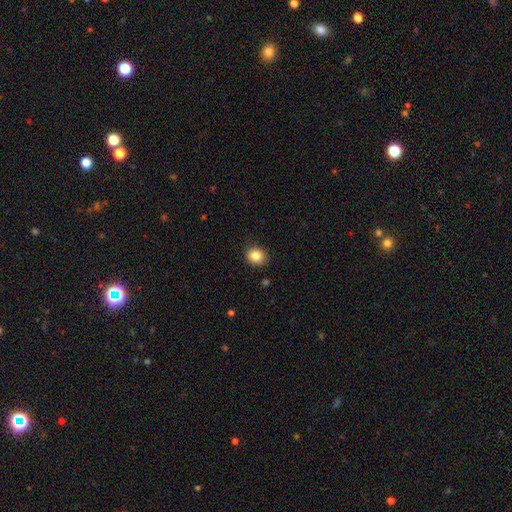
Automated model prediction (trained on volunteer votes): smooth 84%, star or artifact 10%, featured or disk 6%. Down the decision tree: how rounded — round (69%); merging — none (89%).